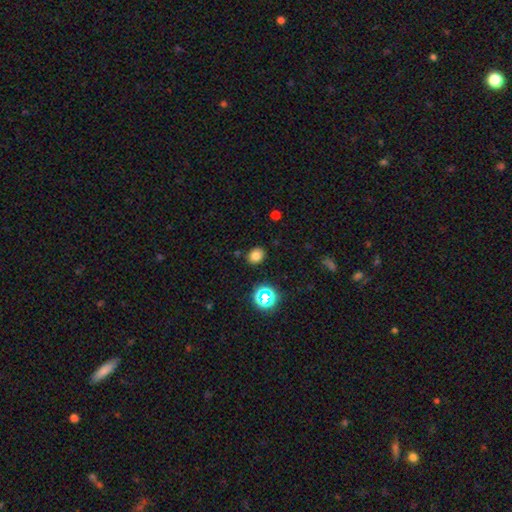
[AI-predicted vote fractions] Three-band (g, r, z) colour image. It shows a smooth galaxy with no disk features (76%) that is round (61%). Merging: none (86%).